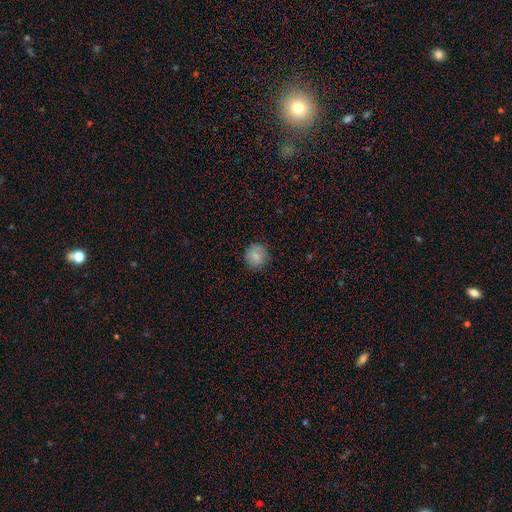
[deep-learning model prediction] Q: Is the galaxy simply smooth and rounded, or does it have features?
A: smooth — 80%.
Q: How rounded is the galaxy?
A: round — 89%.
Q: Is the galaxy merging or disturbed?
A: none — 85%.